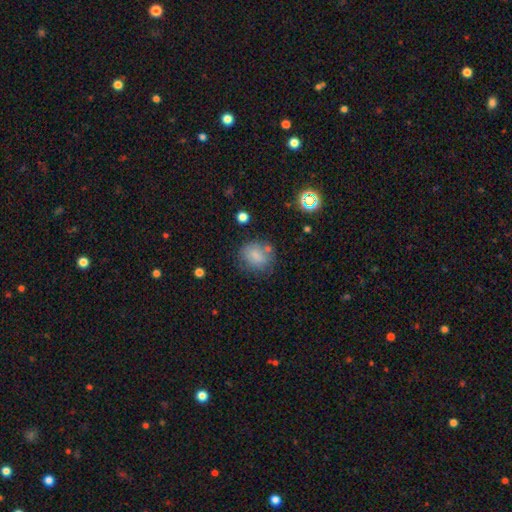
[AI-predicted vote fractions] smooth_or_featured: smooth (p=0.74) [alt: featured or disk p=0.15]
how_rounded: round (p=0.61) [alt: in between p=0.38]
merging: none (p=0.62) [alt: minor disturbance p=0.21]